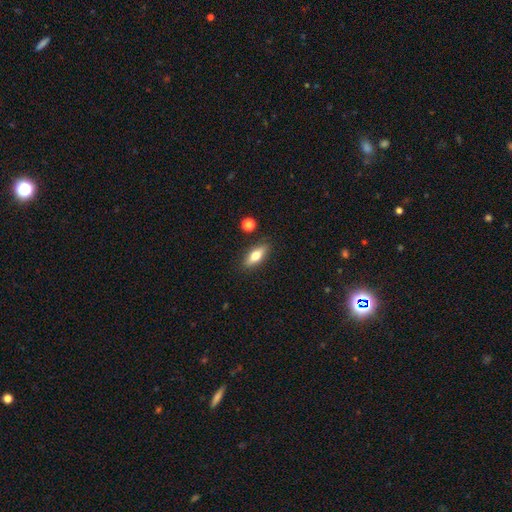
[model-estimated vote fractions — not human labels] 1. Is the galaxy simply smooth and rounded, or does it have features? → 66% smooth, 26% featured or disk, 7% star or artifact.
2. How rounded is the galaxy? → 70% in between, 26% cigar-shaped, 4% round.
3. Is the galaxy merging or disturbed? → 84% none, 10% minor disturbance, 3% merger, 2% major disturbance.